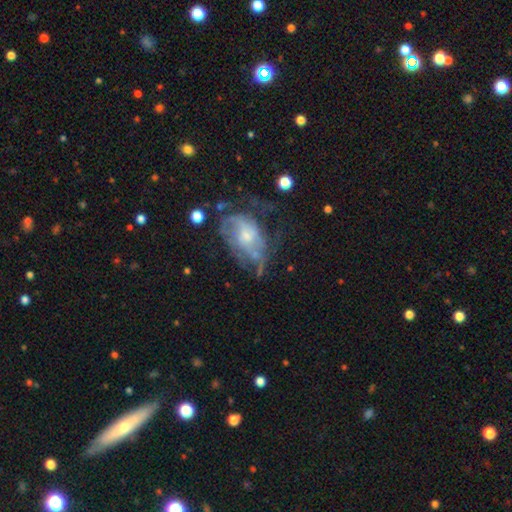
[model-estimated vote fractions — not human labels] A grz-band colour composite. It shows a featured or disk galaxy (70%) with no bar (70%), spiral arms (64%) and a small central bulge (52%). Merging: major disturbance (37%).